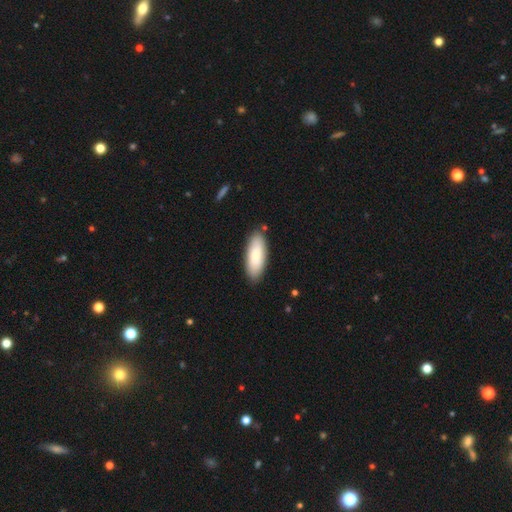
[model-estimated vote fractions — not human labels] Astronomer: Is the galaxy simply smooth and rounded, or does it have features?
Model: smooth — 80%.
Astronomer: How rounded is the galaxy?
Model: in between — 75%.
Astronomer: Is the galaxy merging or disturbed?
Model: none — 85%.